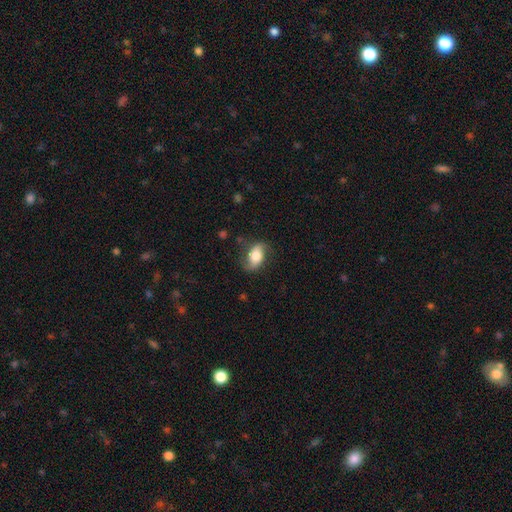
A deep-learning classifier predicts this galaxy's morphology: Smooth or featured? Predicted: smooth (p=0.51). How rounded? Predicted: in between (p=0.85). Merging? Predicted: none (p=0.72).